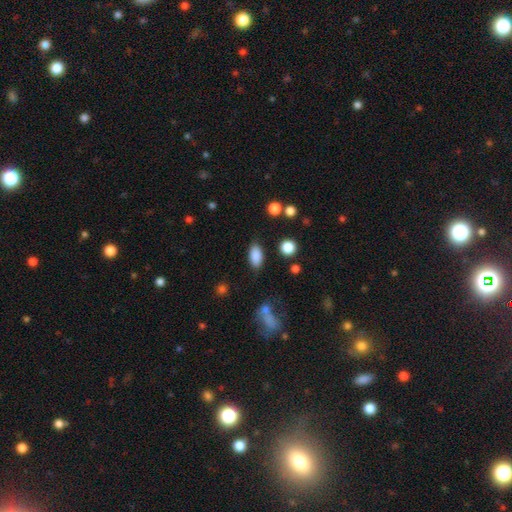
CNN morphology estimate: Smooth or featured?
  - smooth: 87% *
  - star or artifact: 8%
  - featured or disk: 5%
How rounded?
  - in between: 91% *
  - round: 5%
  - cigar-shaped: 3%
Merging?
  - none: 83% *
  - minor disturbance: 11%
  - major disturbance: 3%
  - merger: 3%